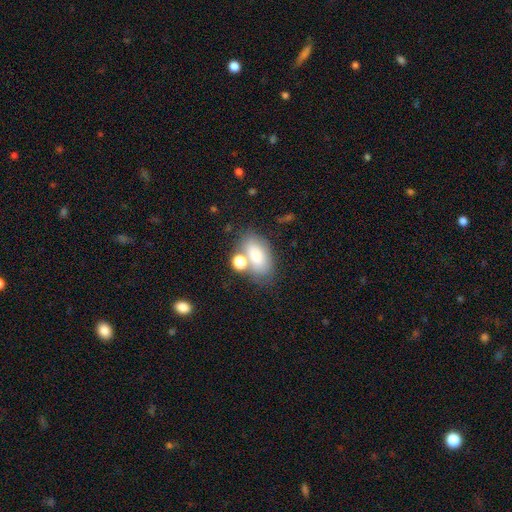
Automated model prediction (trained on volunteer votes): Morphology: type=smooth (75%); roundness=in between (89%); merging=none (55%).